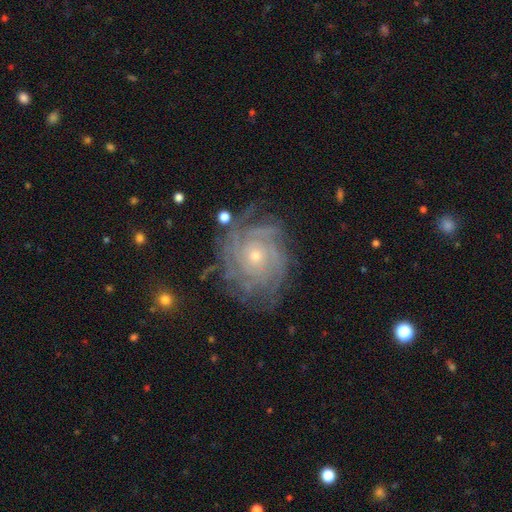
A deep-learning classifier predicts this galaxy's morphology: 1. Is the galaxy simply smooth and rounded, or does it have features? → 87% featured or disk, 7% star or artifact, 6% smooth.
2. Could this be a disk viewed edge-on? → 97% no, 3% yes.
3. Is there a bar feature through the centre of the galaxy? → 82% no, 14% weak, 4% strong.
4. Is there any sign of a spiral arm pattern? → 97% yes, 3% no.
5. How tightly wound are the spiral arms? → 79% tight, 17% medium, 4% loose.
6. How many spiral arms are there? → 27% can't tell, 23% 4, 21% more than 4, 13% 3, 9% 2, 7% 1.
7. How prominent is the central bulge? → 71% small, 26% moderate, 1% large, 1% none, 1% dominant.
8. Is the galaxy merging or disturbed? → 72% none, 17% minor disturbance, 9% major disturbance, 2% merger.